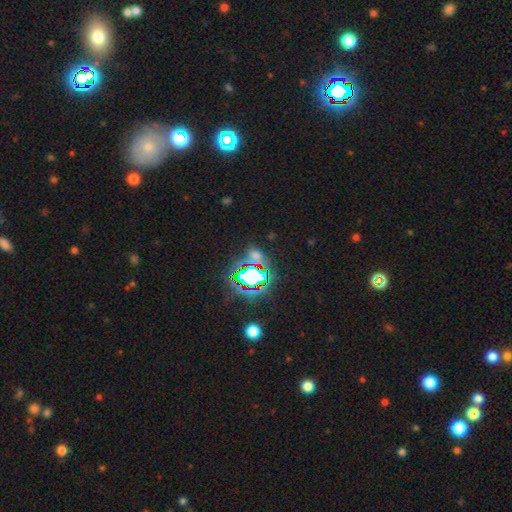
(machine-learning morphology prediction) Overall: star or artifact (63%; smooth 27%).